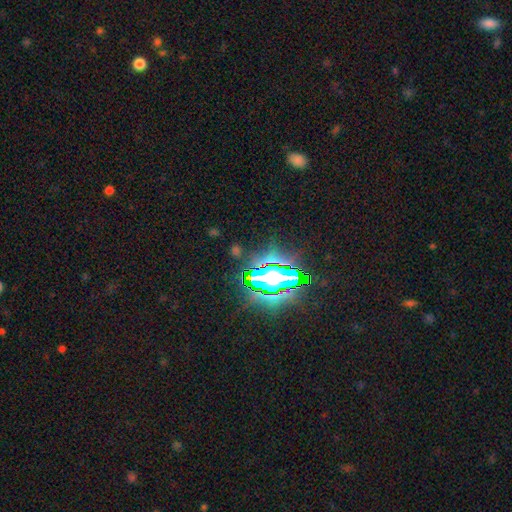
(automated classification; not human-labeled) This is likely a star or artifact rather than a galaxy (79%).